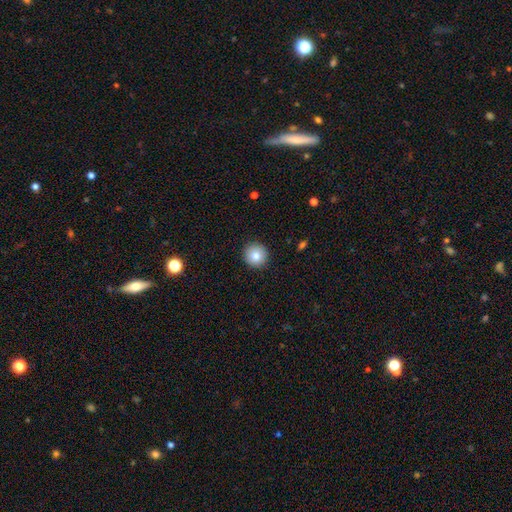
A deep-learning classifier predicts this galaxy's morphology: This appears to be a smooth galaxy with no disk features (82%) that is round (95%). Merging: none (92%).